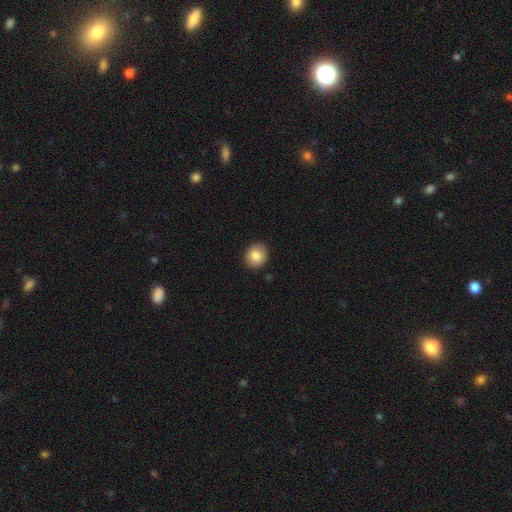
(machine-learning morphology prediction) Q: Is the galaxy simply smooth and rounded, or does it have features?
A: smooth — 85%.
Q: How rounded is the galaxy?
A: round — 80%.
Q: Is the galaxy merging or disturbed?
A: none — 89%.